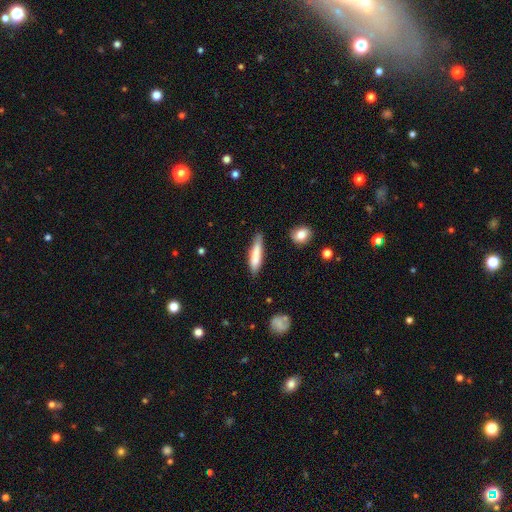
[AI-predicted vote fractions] smooth 78%, featured or disk 15%, star or artifact 6%. Down the decision tree: how rounded — cigar-shaped (81%); merging — none (71%).